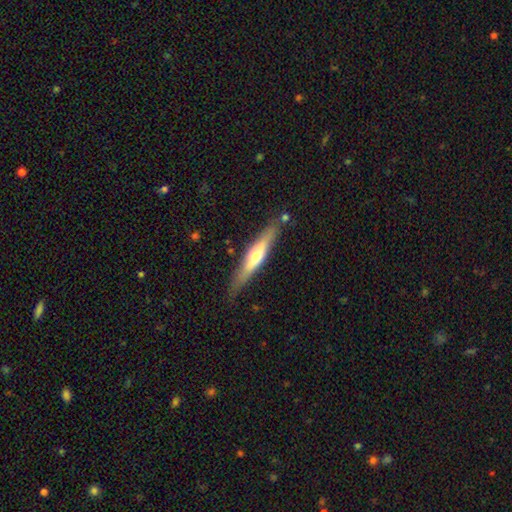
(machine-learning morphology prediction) This is possibly a featured or disk galaxy (53%). It is clearly viewed edge-on (90%). Merging: clearly none (81%).